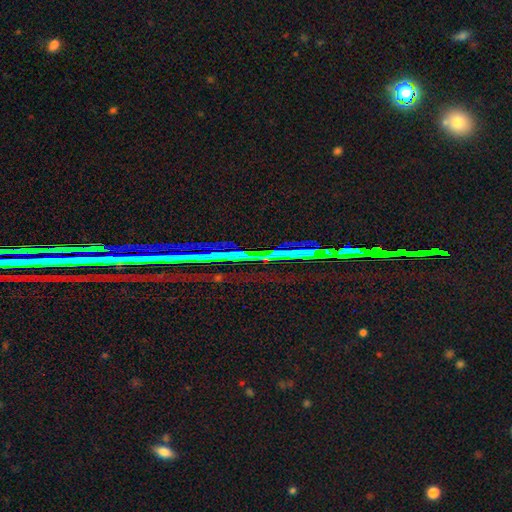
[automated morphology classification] The model was most divided on "smooth or featured": star or artifact: 86%, featured or disk: 7%, smooth: 7%.